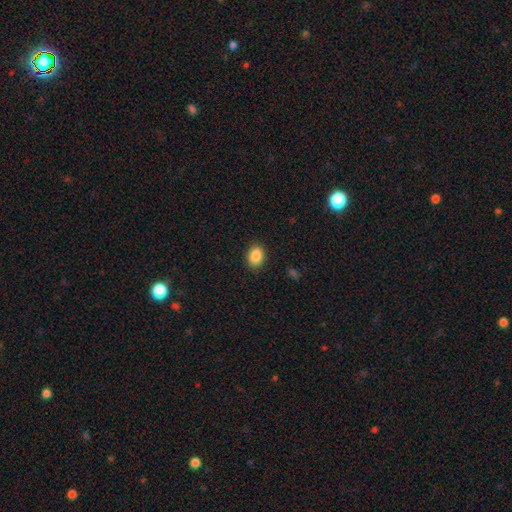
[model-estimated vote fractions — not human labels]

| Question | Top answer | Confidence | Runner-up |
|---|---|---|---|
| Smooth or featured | smooth | 88% | star or artifact (8%) |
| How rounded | in between | 70% | round (29%) |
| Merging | none | 89% | minor disturbance (8%) |